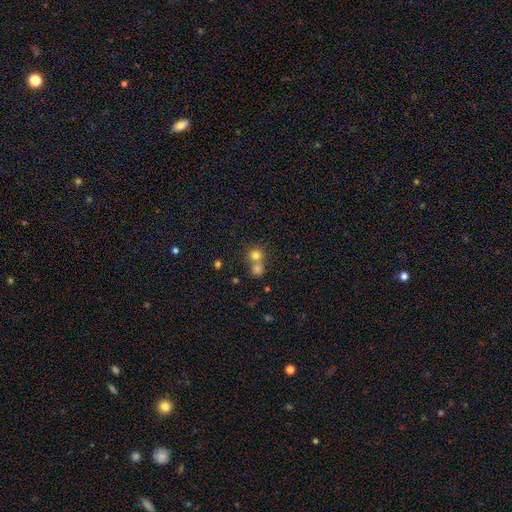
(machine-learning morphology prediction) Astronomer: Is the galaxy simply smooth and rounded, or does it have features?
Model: smooth — 76%.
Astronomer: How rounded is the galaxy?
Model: round — 87%.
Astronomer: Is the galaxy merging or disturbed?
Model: merger — 48% (runner-up: none, 44%).